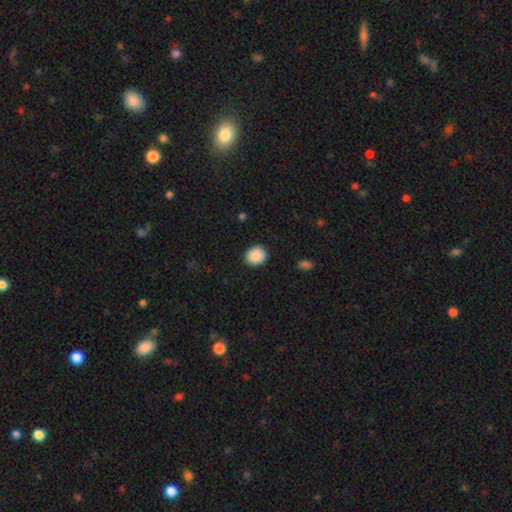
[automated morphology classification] Smooth or featured? Predicted: smooth (p=0.89). How rounded? Predicted: round (p=0.73). Merging? Predicted: none (p=0.90).